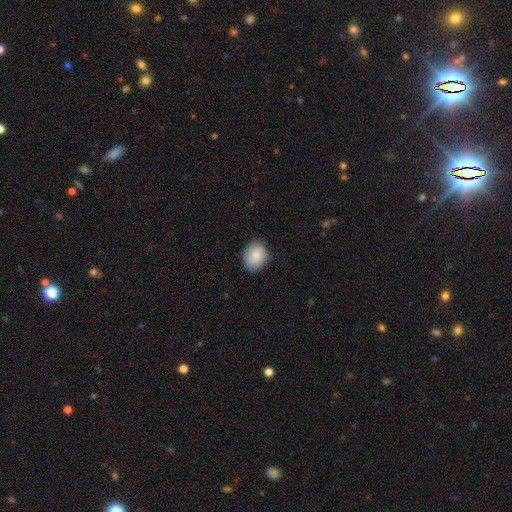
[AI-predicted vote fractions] smooth-or-featured: smooth: 87% | featured or disk: 7% | star or artifact: 6%
  how-rounded: round: 58% | in between: 41% | cigar-shaped: 1%
  merging: none: 80% | minor disturbance: 16% | major disturbance: 3% | merger: 1%